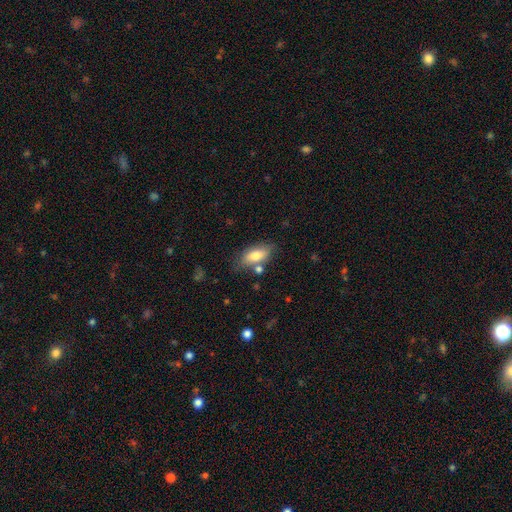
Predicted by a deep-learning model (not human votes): This is likely a smooth galaxy (75%). How rounded: clearly in between (85%). Merging: likely none (69%).